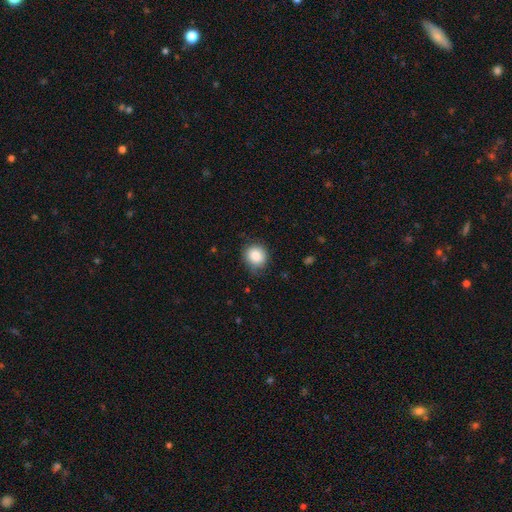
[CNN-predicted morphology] smooth 85%, star or artifact 8%, featured or disk 7%. Down the decision tree: how rounded — round (83%); merging — none (75%).